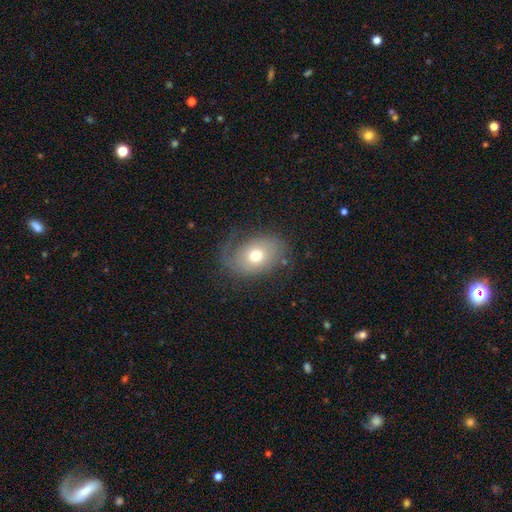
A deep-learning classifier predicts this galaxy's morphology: A featured or disk galaxy (51%).

Vote fractions:
- Smooth or featured? featured or disk: 51% / smooth: 39% / star or artifact: 10%
- Edge-on disk? no: 94% / yes: 6%
- Merging? none: 64% / minor disturbance: 21% / major disturbance: 14% / merger: 1%